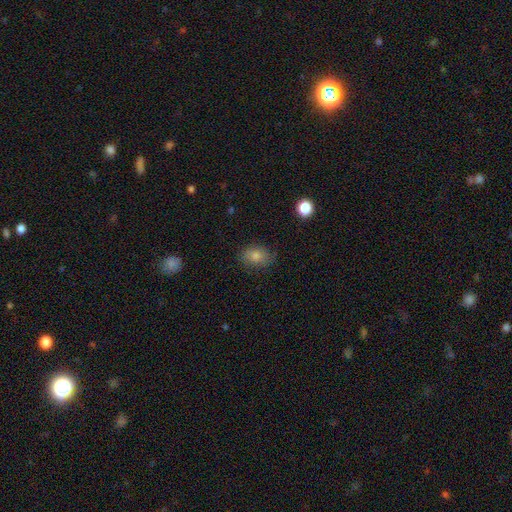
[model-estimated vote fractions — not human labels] Smooth or featured: smooth — 68% (featured or disk — 18%)
How rounded: in between — 71% (round — 27%)
Merging: none — 80% (minor disturbance — 15%)